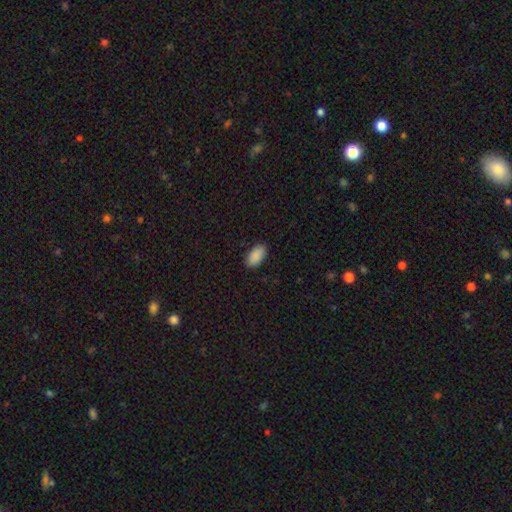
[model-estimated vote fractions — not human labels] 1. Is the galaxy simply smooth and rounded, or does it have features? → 90% smooth, 7% star or artifact, 3% featured or disk.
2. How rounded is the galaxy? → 94% in between, 3% cigar-shaped, 3% round.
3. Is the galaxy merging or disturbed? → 88% none, 9% minor disturbance, 2% major disturbance, 1% merger.